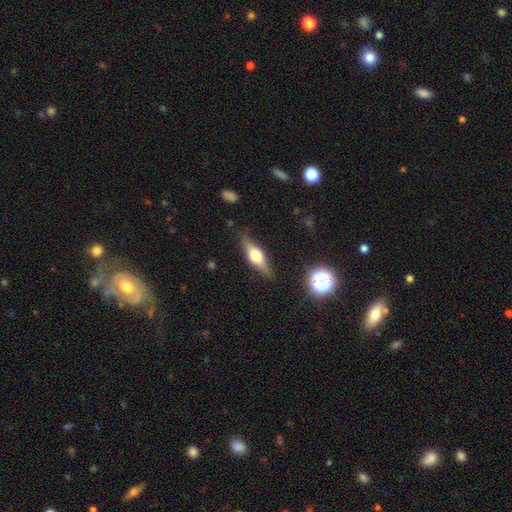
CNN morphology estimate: Q: Smooth or featured?
A: featured or disk (55%); runner-up: smooth (37%)
Q: Edge-on disk?
A: yes (92%); runner-up: no (8%)
Q: Edge-on bulge?
A: rounded (93%); runner-up: boxy (5%)
Q: Merging?
A: none (84%); runner-up: minor disturbance (12%)